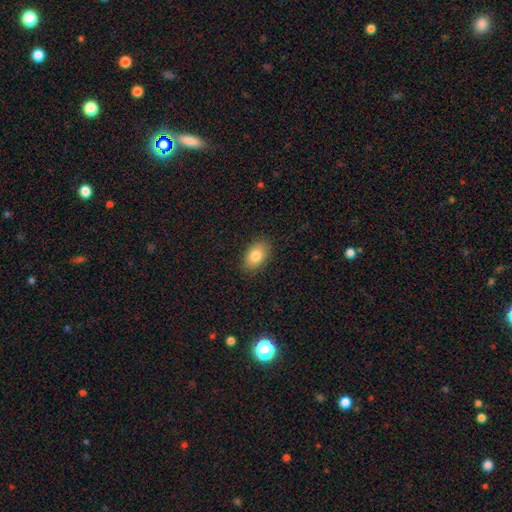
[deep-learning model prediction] Smooth or featured?
  - smooth: 82% *
  - featured or disk: 10%
  - star or artifact: 8%
How rounded?
  - in between: 89% *
  - round: 9%
  - cigar-shaped: 1%
Merging?
  - none: 87% *
  - minor disturbance: 10%
  - major disturbance: 2%
  - merger: 1%